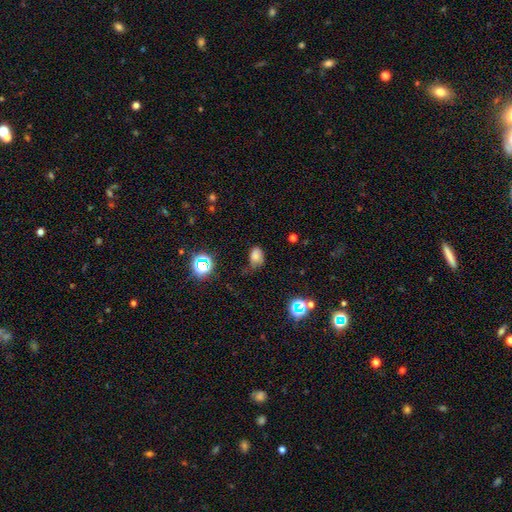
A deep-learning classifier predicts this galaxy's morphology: smooth_or_featured: smooth (p=0.73) [alt: star or artifact p=0.18]
how_rounded: in between (p=0.76) [alt: round p=0.23]
merging: none (p=0.42) [alt: minor disturbance p=0.38]